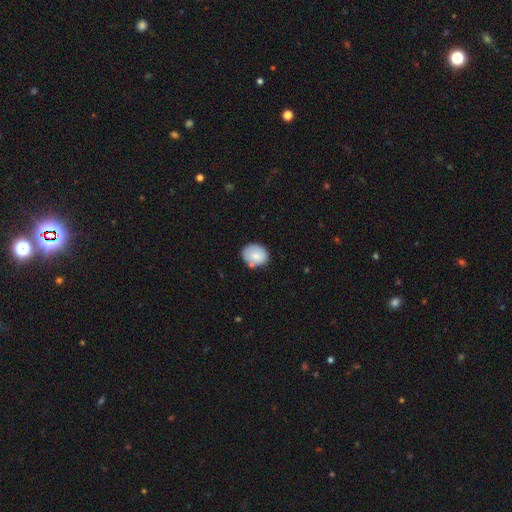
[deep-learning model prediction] A smooth galaxy with no disk features (81%) that is round (58%). Merging: none (71%).